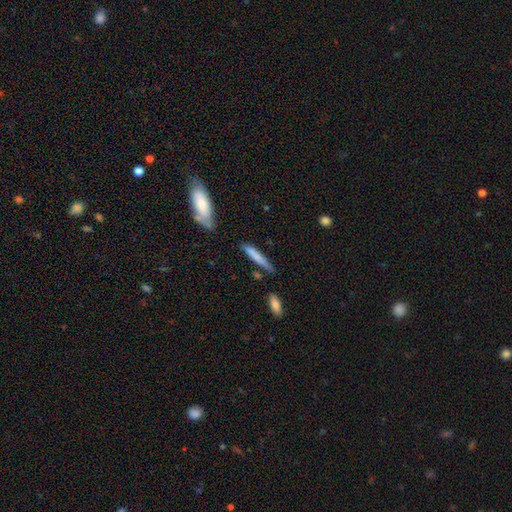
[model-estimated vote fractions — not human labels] A smooth galaxy with no disk features (74%) that is cigar-shaped (90%). Merging: none (71%).